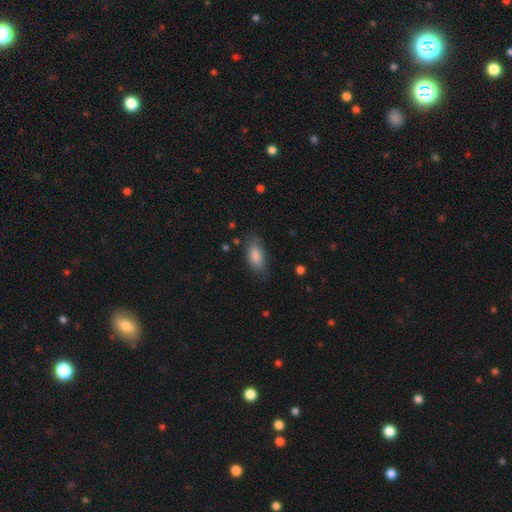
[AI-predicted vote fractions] This appears to be a smooth galaxy with no disk features (84%) that is in between round and cigar-shaped (88%). Merging: none (74%).